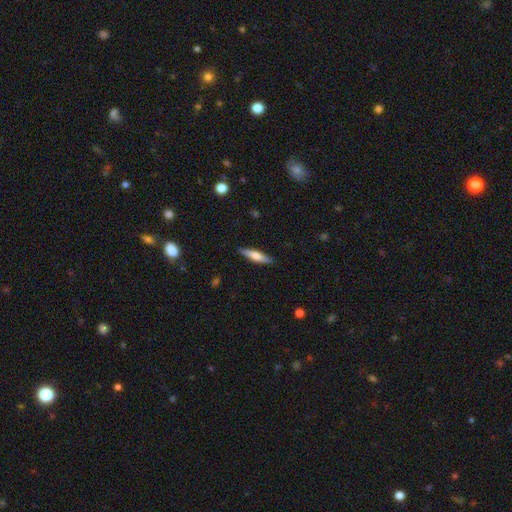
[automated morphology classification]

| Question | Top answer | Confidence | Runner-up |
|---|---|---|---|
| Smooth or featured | smooth | 51% | featured or disk (43%) |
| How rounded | cigar-shaped | 80% | in between (18%) |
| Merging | none | 89% | minor disturbance (8%) |